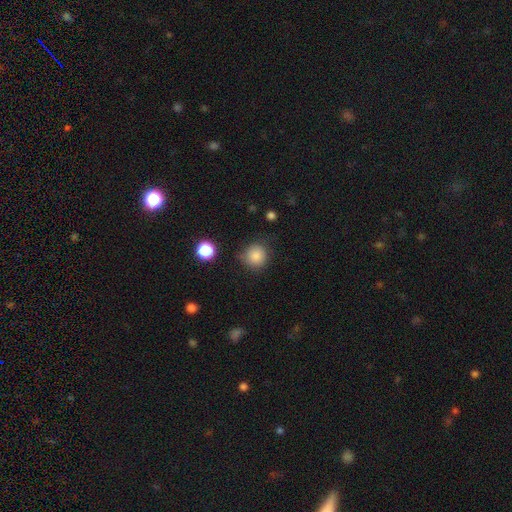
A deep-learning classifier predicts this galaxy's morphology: Overall: smooth (85%). How rounded: round (91%). Merging: none (78%).